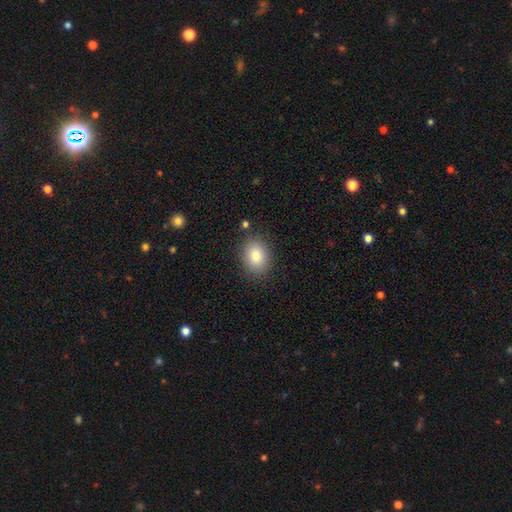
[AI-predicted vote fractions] Q: Smooth or featured?
A: smooth (85%); runner-up: star or artifact (8%)
Q: How rounded?
A: in between (64%); runner-up: round (35%)
Q: Merging?
A: none (86%); runner-up: minor disturbance (10%)